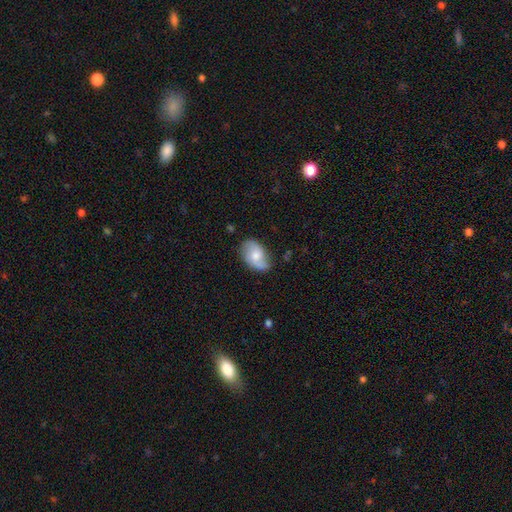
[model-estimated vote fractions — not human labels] Smooth or featured? featured or disk (53%)
Edge-on disk? no (96%)
Bar? no (62%)
Spiral arms? yes (87%)
Bulge size? moderate (58%)
Merging? none (67%)